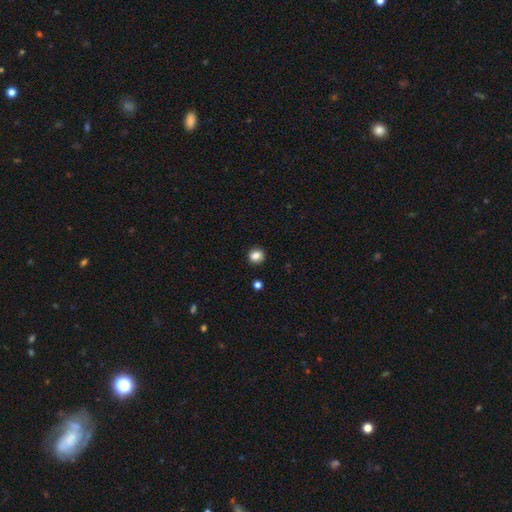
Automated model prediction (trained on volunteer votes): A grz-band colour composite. It shows a smooth galaxy with no disk features (86%) that is round (83%). Merging: none (90%).